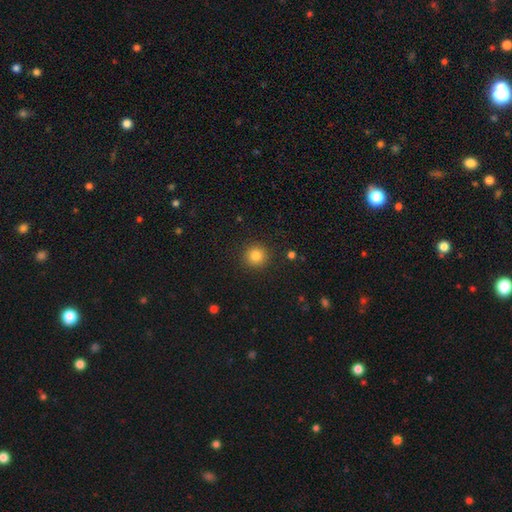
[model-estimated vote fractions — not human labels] smooth-or-featured: smooth: 84% | star or artifact: 11% | featured or disk: 5%
  how-rounded: round: 94% | in between: 5% | cigar-shaped: 1%
  merging: none: 91% | minor disturbance: 6% | major disturbance: 2% | merger: 1%